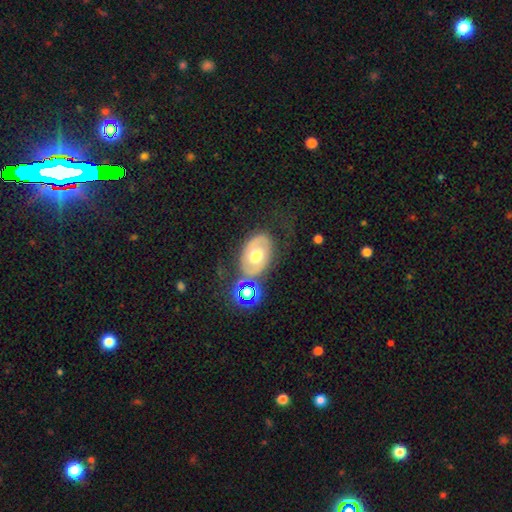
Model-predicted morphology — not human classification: smooth_or_featured: featured or disk (p=0.52) [alt: smooth p=0.38]
disk_edge_on: no (p=0.92) [alt: yes p=0.08]
merging: none (p=0.65) [alt: minor disturbance p=0.17]